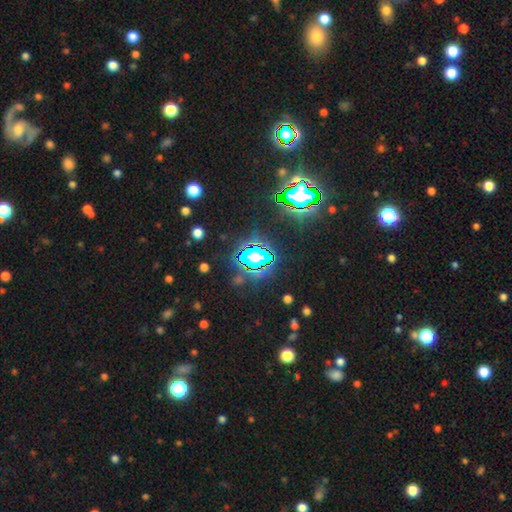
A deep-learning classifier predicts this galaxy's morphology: Smooth or featured? Predicted: star or artifact (p=0.70).